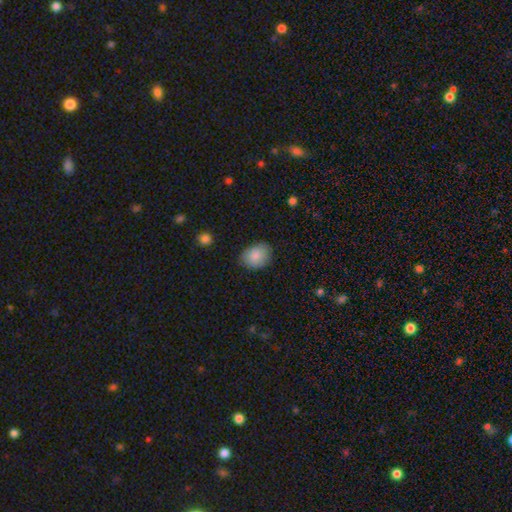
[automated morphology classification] Smooth or featured: smooth — 87% (star or artifact — 7%)
How rounded: in between — 62% (round — 37%)
Merging: none — 80% (minor disturbance — 16%)